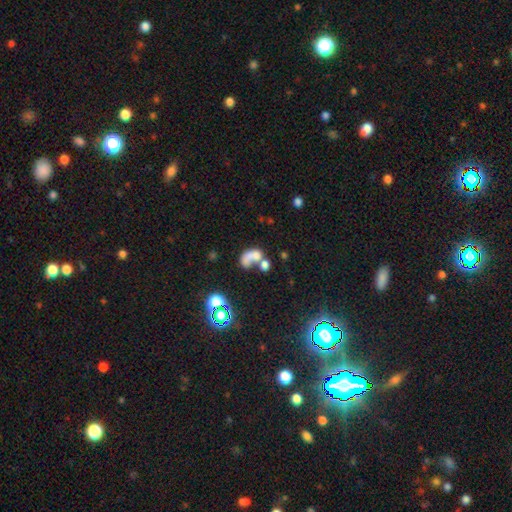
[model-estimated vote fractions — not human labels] Smooth or featured? Predicted: smooth (p=0.56). How rounded? Predicted: in between (p=0.76). Merging? Predicted: merger (p=0.54).